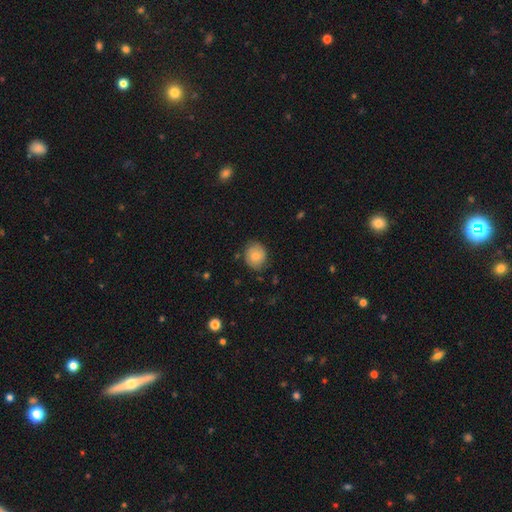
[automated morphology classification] This appears to be a smooth galaxy with no disk features (78%) that is round (71%). Merging: none (80%).